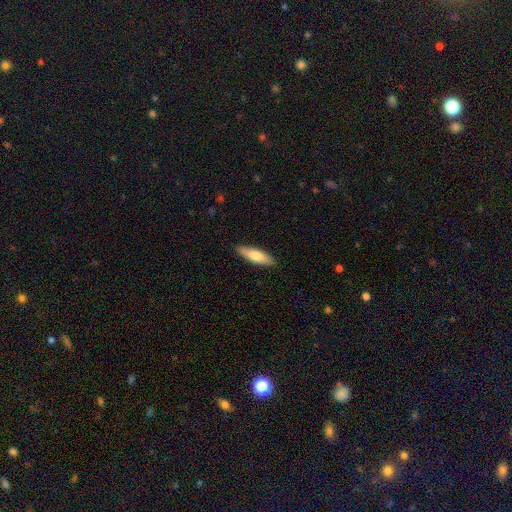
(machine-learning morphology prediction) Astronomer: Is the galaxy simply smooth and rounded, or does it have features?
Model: smooth — 73%.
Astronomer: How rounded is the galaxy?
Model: cigar-shaped — 58% (runner-up: in between, 40%).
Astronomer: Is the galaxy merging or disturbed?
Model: none — 89%.